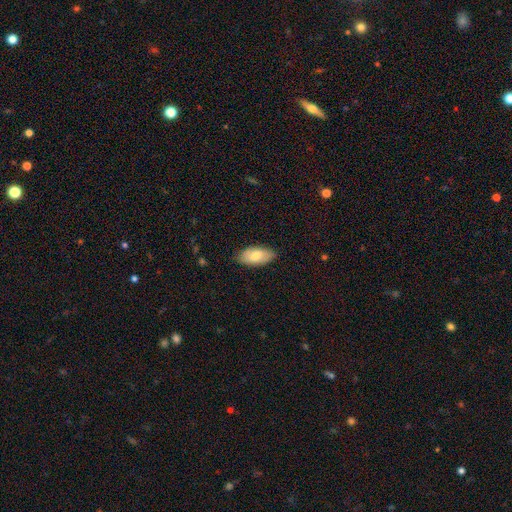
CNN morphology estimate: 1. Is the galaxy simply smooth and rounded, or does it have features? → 75% smooth, 20% featured or disk, 6% star or artifact.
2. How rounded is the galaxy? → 92% in between, 5% cigar-shaped, 2% round.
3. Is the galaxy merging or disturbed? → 83% none, 13% minor disturbance, 2% major disturbance, 1% merger.